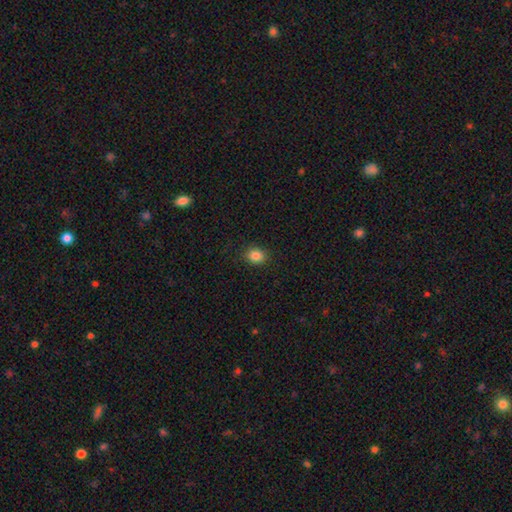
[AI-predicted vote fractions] smooth_or_featured: smooth (p=0.85) [alt: star or artifact p=0.11]
how_rounded: round (p=0.67) [alt: in between p=0.32]
merging: none (p=0.90) [alt: minor disturbance p=0.07]